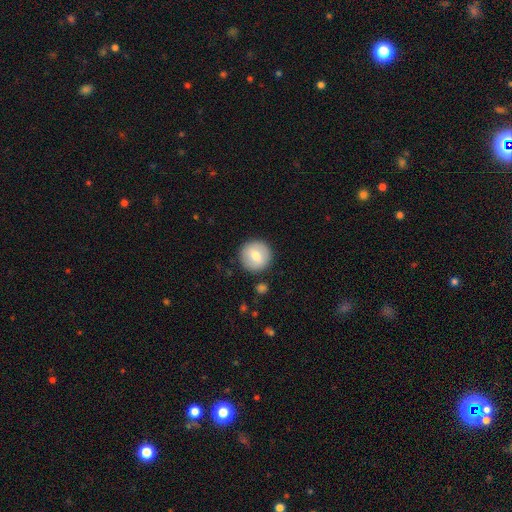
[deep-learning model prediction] Overall: smooth (75%). How rounded: round (95%). Merging: none (89%).